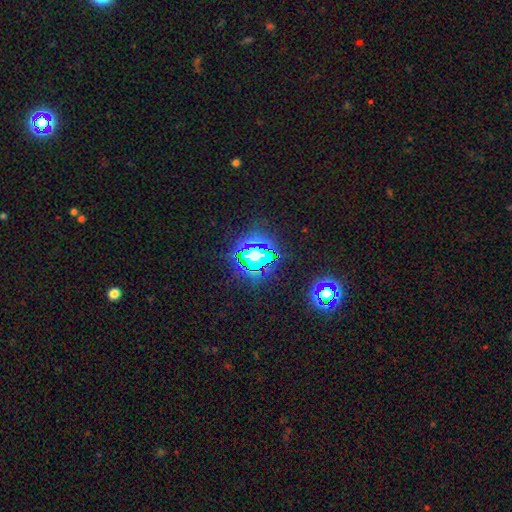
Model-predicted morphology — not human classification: This is likely a star or artifact rather than a galaxy (64%).